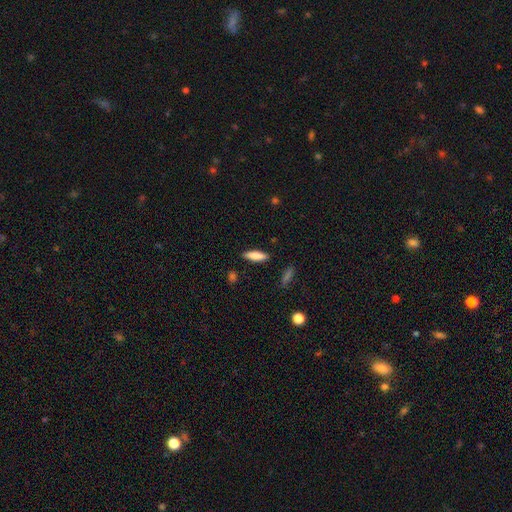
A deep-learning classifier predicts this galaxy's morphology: Q: Smooth or featured?
A: smooth (79%); runner-up: featured or disk (15%)
Q: How rounded?
A: cigar-shaped (58%); runner-up: in between (40%)
Q: Merging?
A: none (87%); runner-up: minor disturbance (9%)